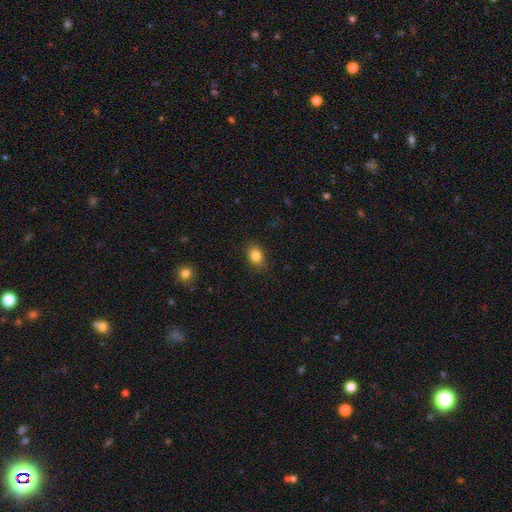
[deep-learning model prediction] smooth-or-featured: smooth: 84% | star or artifact: 10% | featured or disk: 6%
  how-rounded: in between: 65% | round: 34% | cigar-shaped: 1%
  merging: none: 85% | minor disturbance: 12% | major disturbance: 3% | merger: 1%